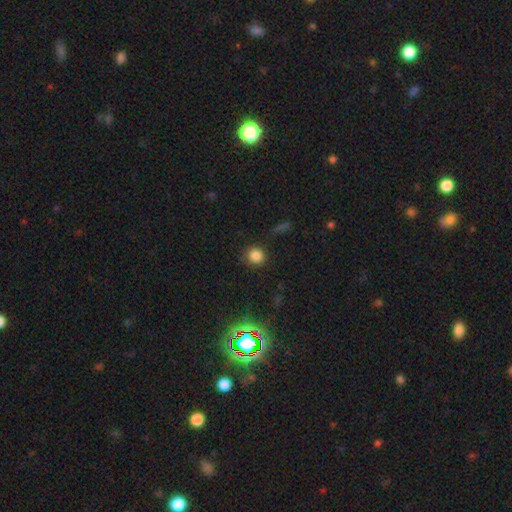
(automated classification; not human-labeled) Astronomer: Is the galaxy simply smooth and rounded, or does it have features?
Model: smooth — 82%.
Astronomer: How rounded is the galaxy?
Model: round — 90%.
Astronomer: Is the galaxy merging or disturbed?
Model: none — 85%.